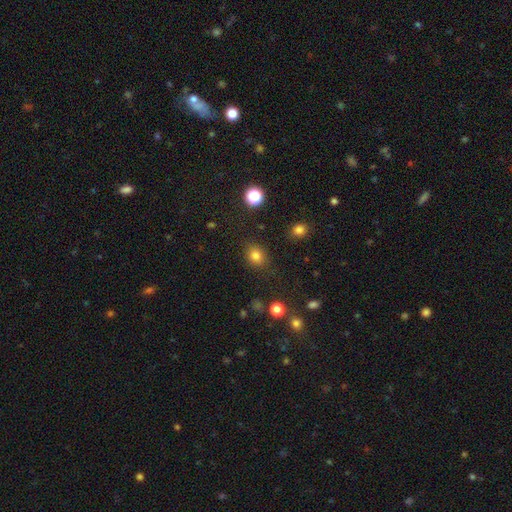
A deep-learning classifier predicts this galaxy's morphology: Smooth or featured?
  - smooth: 81% *
  - star or artifact: 13%
  - featured or disk: 6%
How rounded?
  - round: 57% *
  - in between: 42%
  - cigar-shaped: 1%
Merging?
  - none: 83% *
  - minor disturbance: 11%
  - major disturbance: 4%
  - merger: 2%